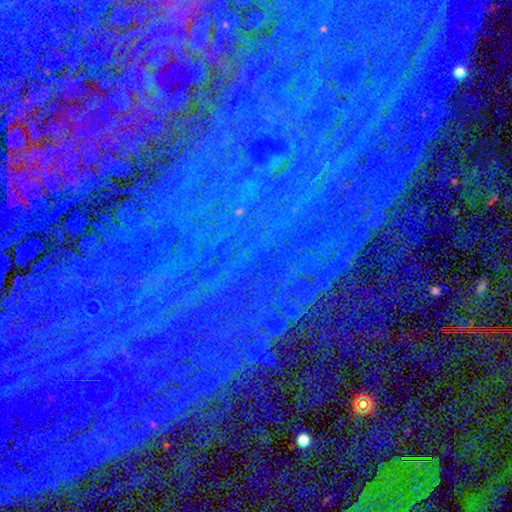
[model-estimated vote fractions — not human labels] A star or artifact, not a galaxy (87%).